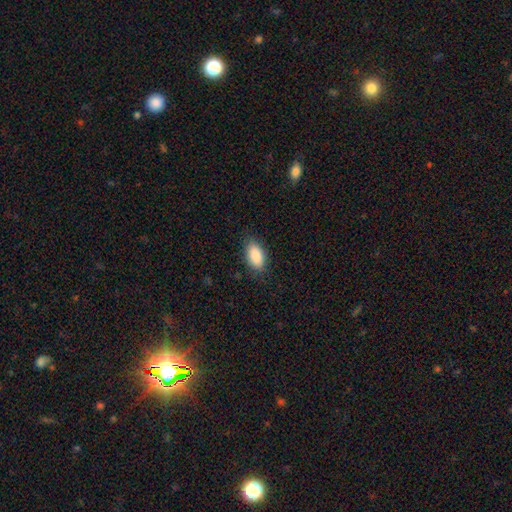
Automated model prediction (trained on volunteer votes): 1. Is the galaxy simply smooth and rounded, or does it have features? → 88% smooth, 6% star or artifact, 5% featured or disk.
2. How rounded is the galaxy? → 92% in between, 4% cigar-shaped, 4% round.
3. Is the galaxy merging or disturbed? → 83% none, 13% minor disturbance, 3% major disturbance, 1% merger.